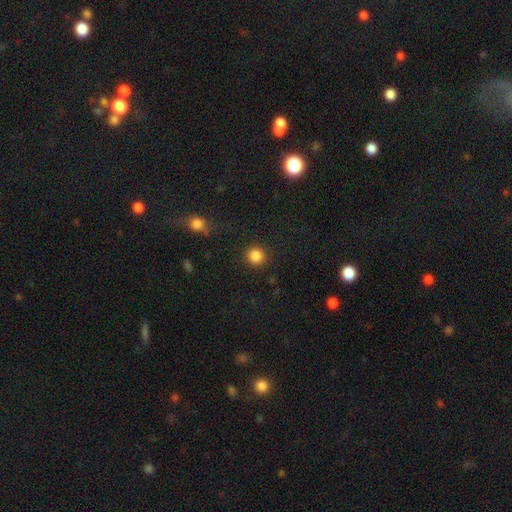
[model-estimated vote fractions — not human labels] Smooth or featured: smooth — 85% (star or artifact — 11%)
How rounded: round — 94% (in between — 5%)
Merging: none — 90% (minor disturbance — 6%)